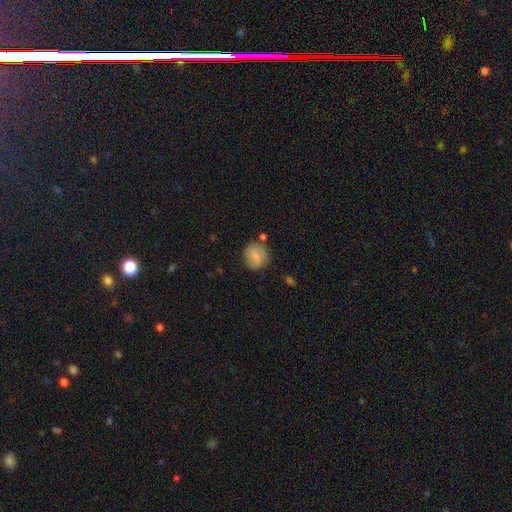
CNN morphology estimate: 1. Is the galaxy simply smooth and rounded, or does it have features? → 71% smooth, 20% featured or disk, 9% star or artifact.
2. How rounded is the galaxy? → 78% round, 21% in between, 2% cigar-shaped.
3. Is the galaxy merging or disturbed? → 68% none, 20% minor disturbance, 6% major disturbance, 6% merger.